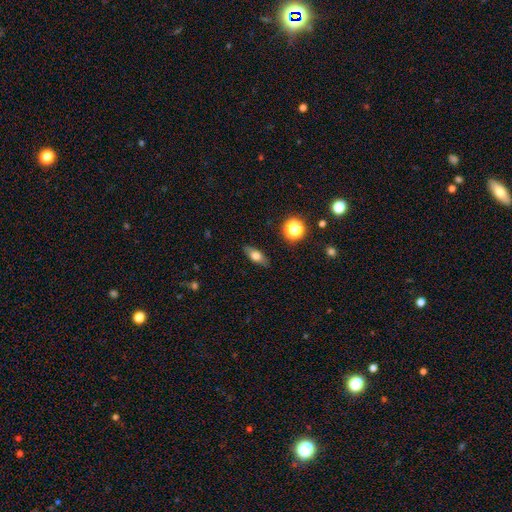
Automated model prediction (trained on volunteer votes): Morphology: type=smooth (66%); roundness=in between (70%); merging=none (86%).